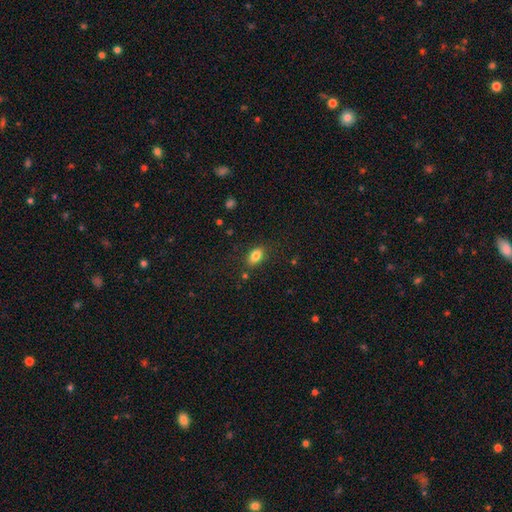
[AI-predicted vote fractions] Q: Smooth or featured?
A: smooth (82%); runner-up: star or artifact (9%)
Q: How rounded?
A: in between (87%); runner-up: round (10%)
Q: Merging?
A: none (83%); runner-up: minor disturbance (12%)